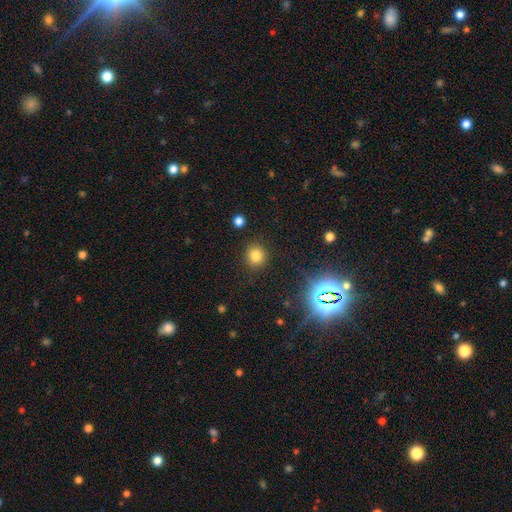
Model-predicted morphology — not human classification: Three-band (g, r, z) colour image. It shows a smooth galaxy with no disk features (80%) that is round (83%). Merging: none (87%).